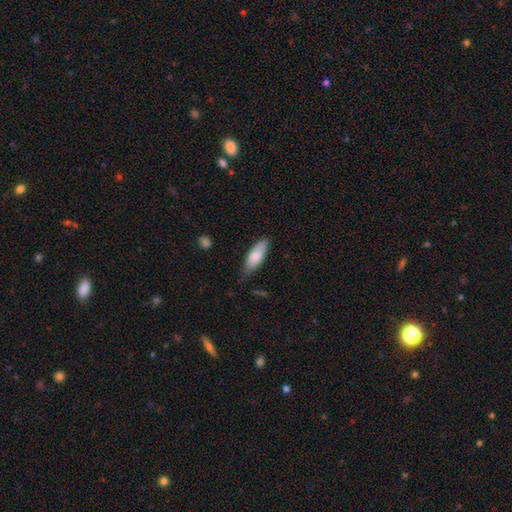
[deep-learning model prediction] A smooth galaxy with no disk features (79%) that is in between round and cigar-shaped (66%).

Vote fractions:
- Smooth or featured? smooth: 79% / featured or disk: 15% / star or artifact: 6%
- How rounded? in between: 66% / cigar-shaped: 32% / round: 2%
- Merging? none: 64% / minor disturbance: 29% / major disturbance: 5% / merger: 2%